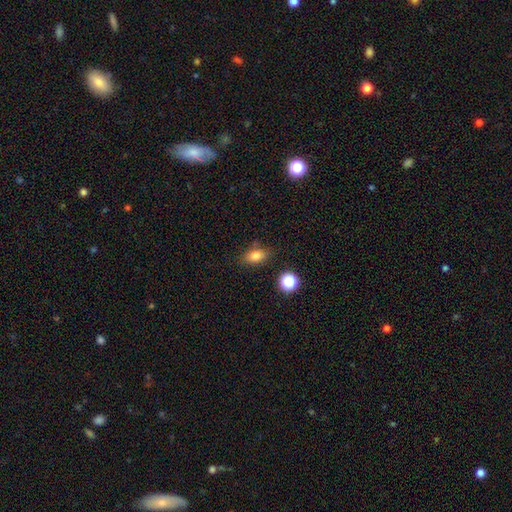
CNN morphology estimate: This is clearly a smooth galaxy (80%). How rounded: likely in between (79%). Merging: likely none (80%).